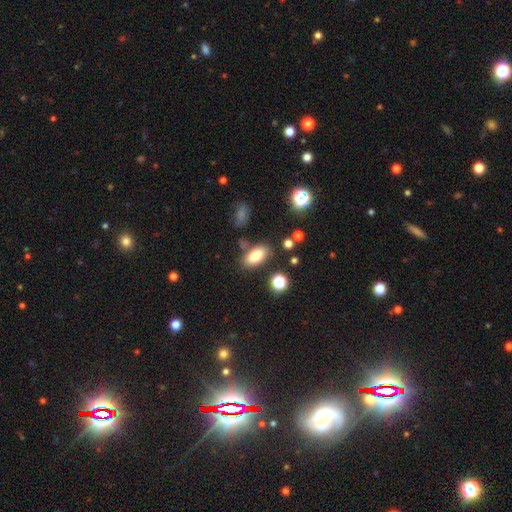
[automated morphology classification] type=smooth (79%); roundness=in between (88%); merging=none (75%).